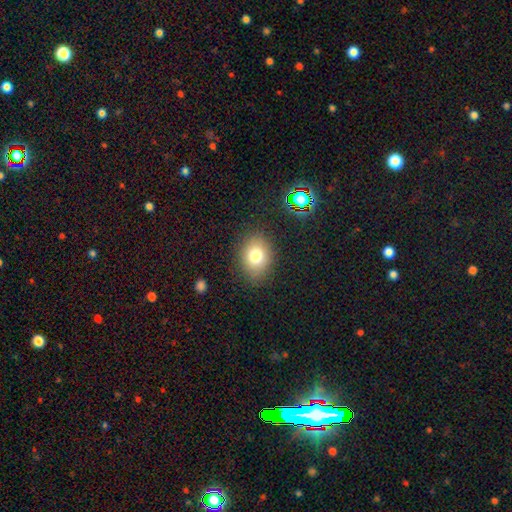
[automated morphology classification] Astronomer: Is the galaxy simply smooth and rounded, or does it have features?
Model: smooth — 77%.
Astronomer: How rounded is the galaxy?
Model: in between — 62% (runner-up: round, 37%).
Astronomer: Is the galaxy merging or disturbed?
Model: none — 83%.